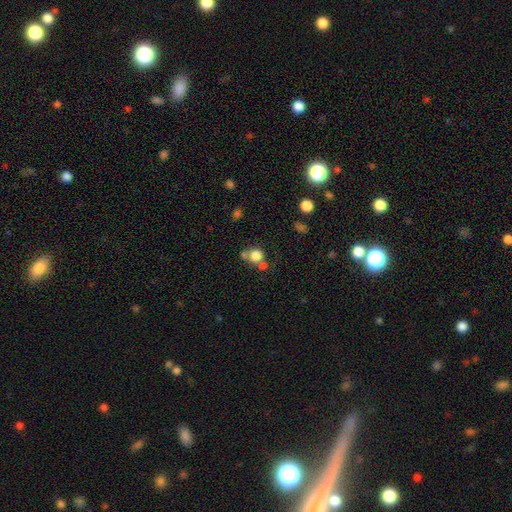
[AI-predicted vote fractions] smooth 79%, star or artifact 12%, featured or disk 9%. Down the decision tree: how rounded — round (86%); merging — none (52%).